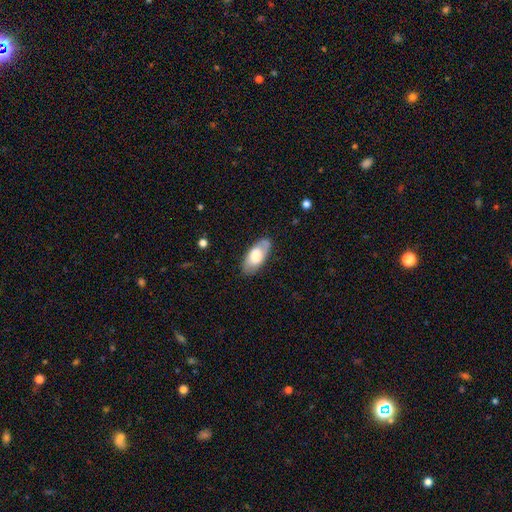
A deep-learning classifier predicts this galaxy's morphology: Q: Smooth or featured?
A: smooth (58%); runner-up: featured or disk (36%)
Q: How rounded?
A: in between (90%); runner-up: cigar-shaped (7%)
Q: Merging?
A: none (81%); runner-up: minor disturbance (14%)